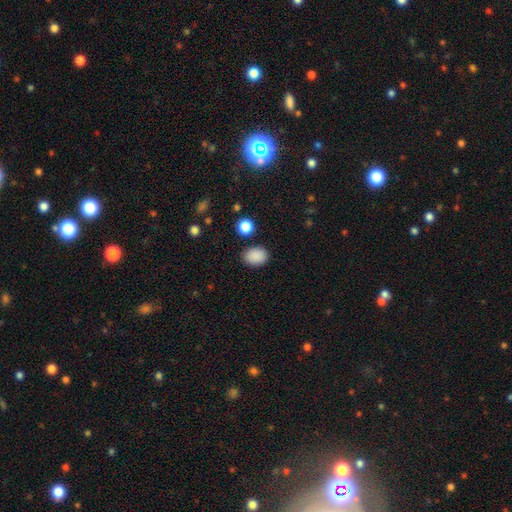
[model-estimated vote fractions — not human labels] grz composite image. It shows a smooth galaxy with no disk features (88%) that is in between round and cigar-shaped (67%). Merging: none (84%).